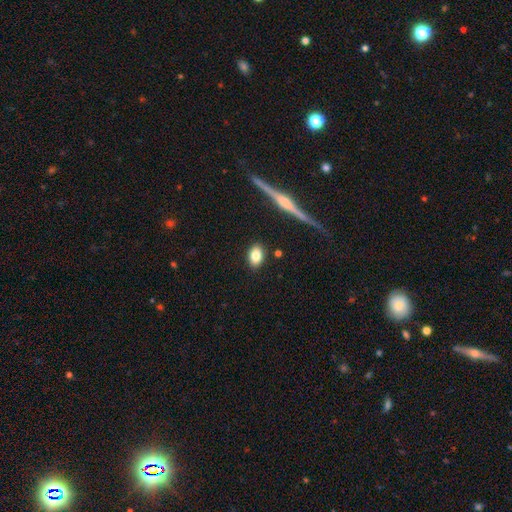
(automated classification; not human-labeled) smooth-or-featured: smooth: 82% | featured or disk: 10% | star or artifact: 8%
  how-rounded: in between: 83% | round: 14% | cigar-shaped: 3%
  merging: none: 88% | minor disturbance: 8% | major disturbance: 2% | merger: 2%